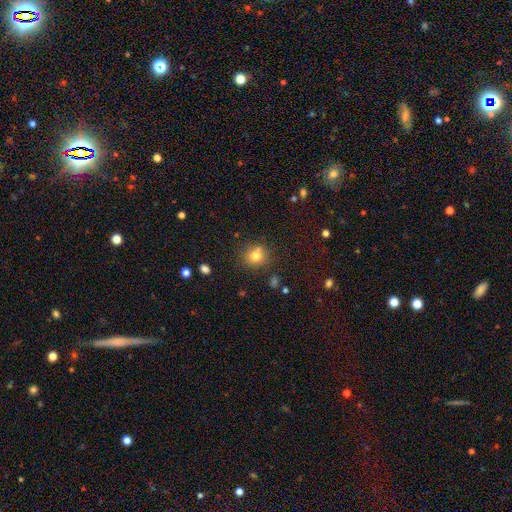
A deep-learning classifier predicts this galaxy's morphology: Overall: smooth (75%). How rounded: round (83%). Merging: none (73%).